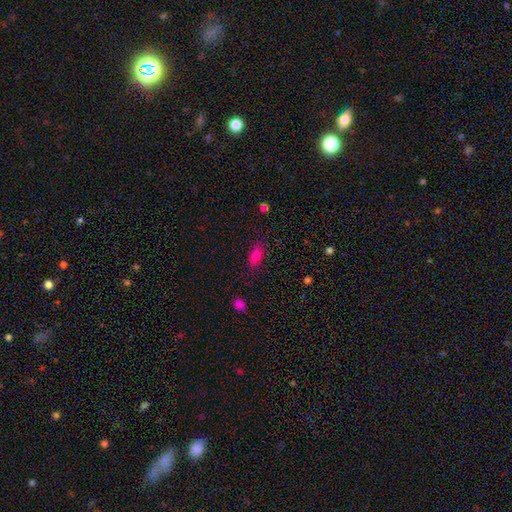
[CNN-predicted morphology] Smooth or featured? smooth (81%)
How rounded? in between (82%)
Merging? none (81%)